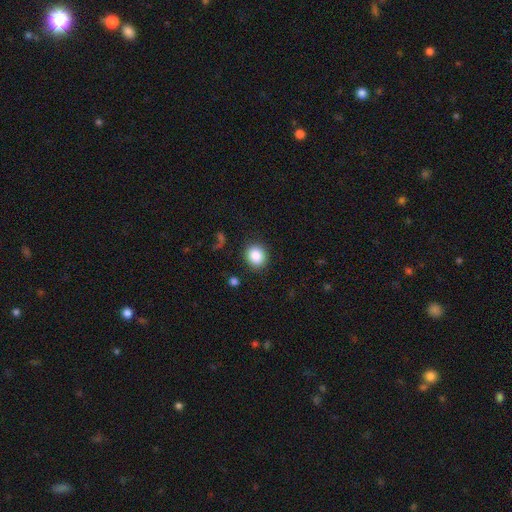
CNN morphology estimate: smooth 88%, star or artifact 8%, featured or disk 4%. Down the decision tree: how rounded — round (73%); merging — none (86%).